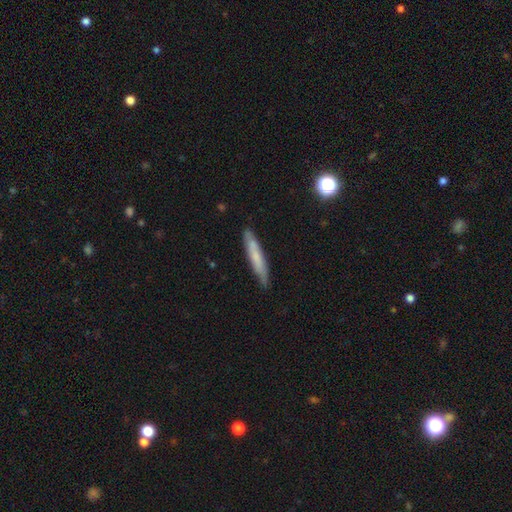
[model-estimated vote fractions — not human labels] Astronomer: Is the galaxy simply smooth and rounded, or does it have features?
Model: smooth — 59% (runner-up: featured or disk, 34%).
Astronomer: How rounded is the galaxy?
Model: cigar-shaped — 92%.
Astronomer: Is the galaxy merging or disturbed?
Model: none — 80%.